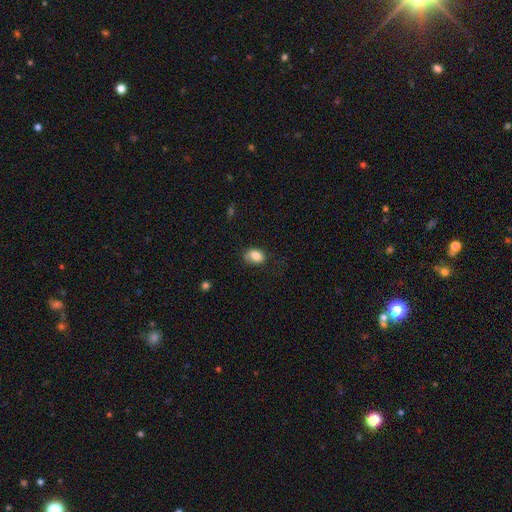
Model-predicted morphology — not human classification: Smooth or featured?
  - smooth: 83% *
  - star or artifact: 9%
  - featured or disk: 8%
How rounded?
  - in between: 70% *
  - round: 29%
  - cigar-shaped: 1%
Merging?
  - none: 60% *
  - minor disturbance: 28%
  - major disturbance: 8%
  - merger: 3%